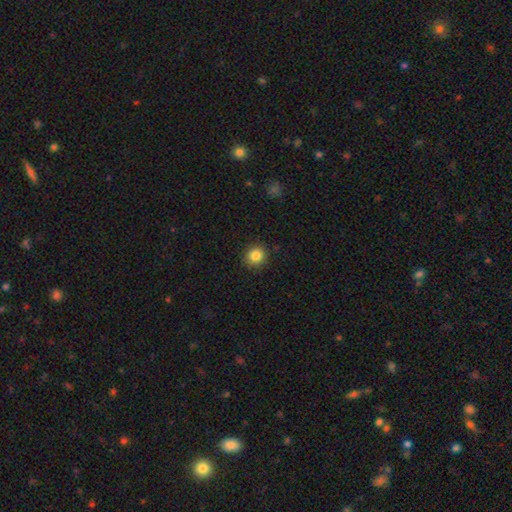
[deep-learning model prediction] smooth_or_featured: smooth (p=0.85) [alt: star or artifact p=0.10]
how_rounded: round (p=0.89) [alt: in between p=0.10]
merging: none (p=0.90) [alt: minor disturbance p=0.07]